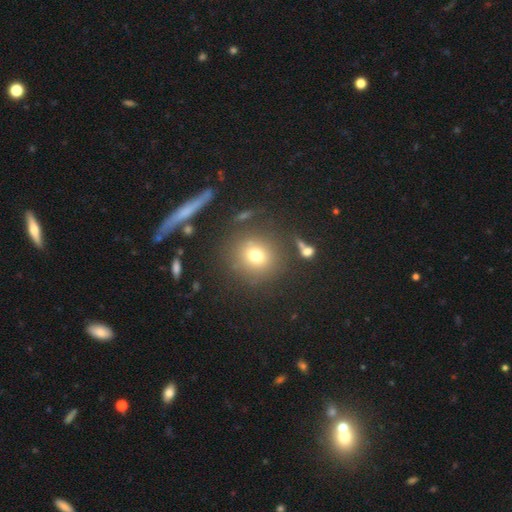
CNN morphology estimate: Smooth or featured? Predicted: smooth (p=0.72). How rounded? Predicted: round (p=0.88). Merging? Predicted: none (p=0.80).